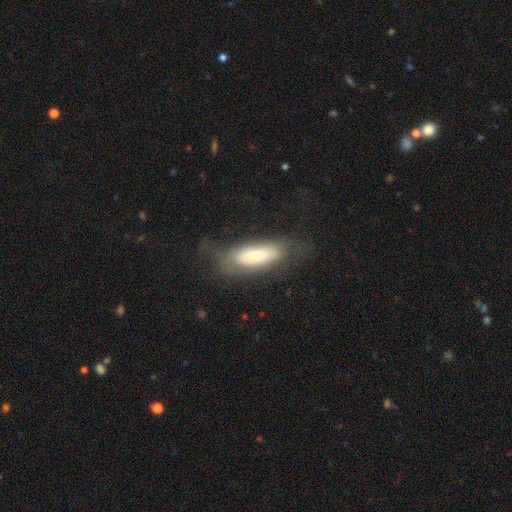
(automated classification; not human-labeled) Morphology: type=smooth (53%); roundness=in between (65%); merging=none (61%).